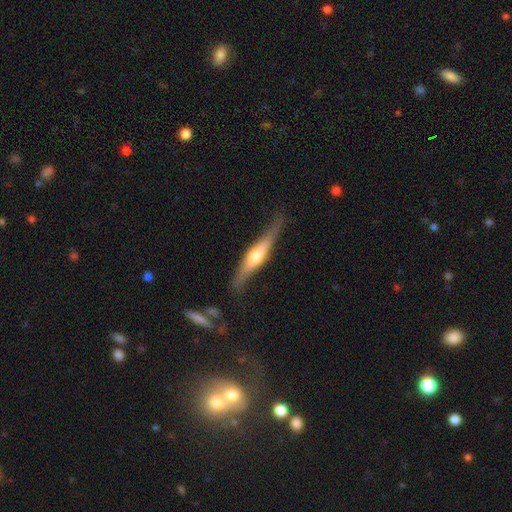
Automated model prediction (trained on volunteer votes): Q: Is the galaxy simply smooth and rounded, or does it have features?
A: featured or disk — 64%.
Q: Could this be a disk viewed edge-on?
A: yes — 93%.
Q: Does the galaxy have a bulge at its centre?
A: rounded — 82%.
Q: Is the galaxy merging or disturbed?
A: none — 78%.